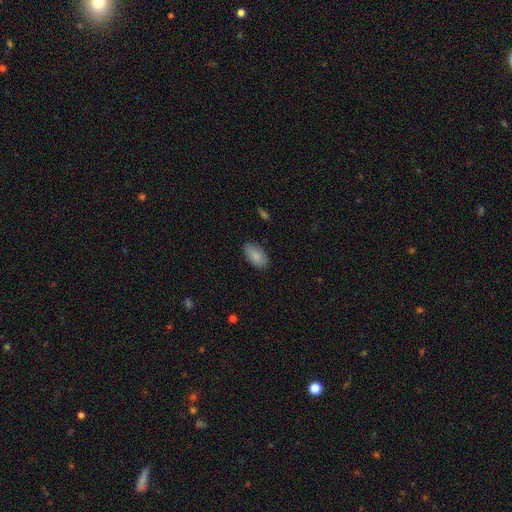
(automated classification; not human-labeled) smooth 88%, star or artifact 7%, featured or disk 6%. Down the decision tree: how rounded — in between (94%); merging — none (85%).